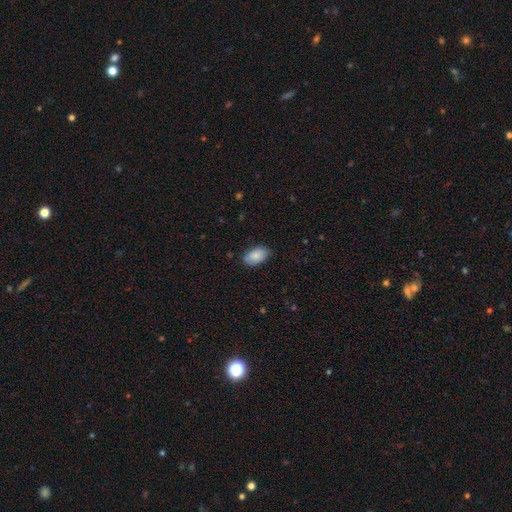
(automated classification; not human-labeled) Smooth or featured? smooth (86%)
How rounded? in between (94%)
Merging? none (82%)